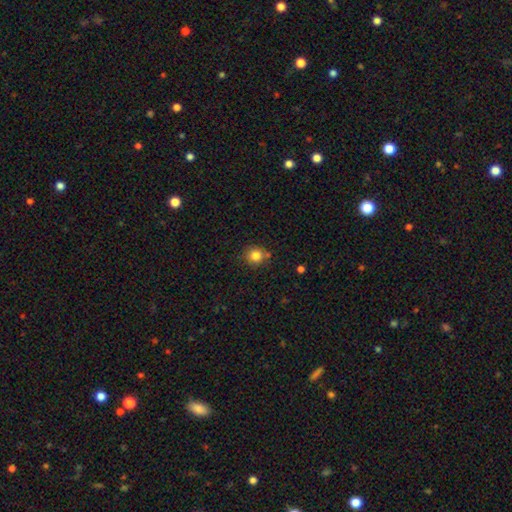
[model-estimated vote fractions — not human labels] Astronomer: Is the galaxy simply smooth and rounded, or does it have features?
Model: smooth — 83%.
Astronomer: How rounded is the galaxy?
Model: round — 89%.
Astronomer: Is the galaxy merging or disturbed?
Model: none — 79%.